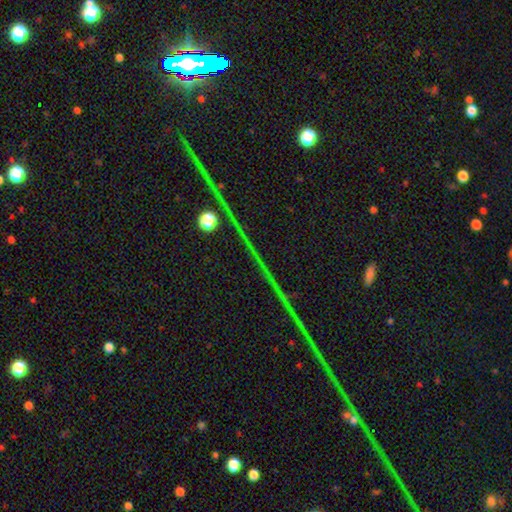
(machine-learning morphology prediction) This is clearly a star or artifact rather than a galaxy (83%).